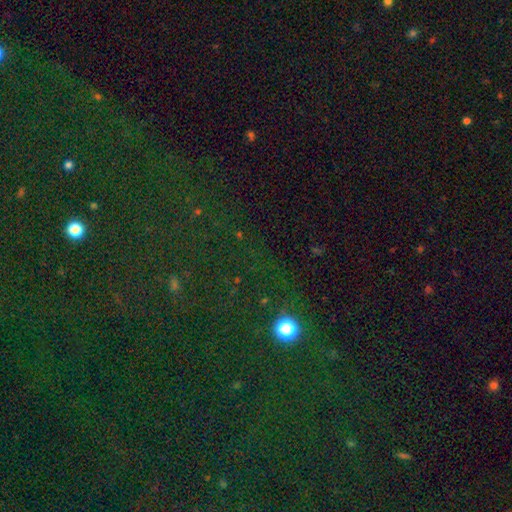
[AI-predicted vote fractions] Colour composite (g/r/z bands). It shows a star or artifact, not a galaxy (74%).